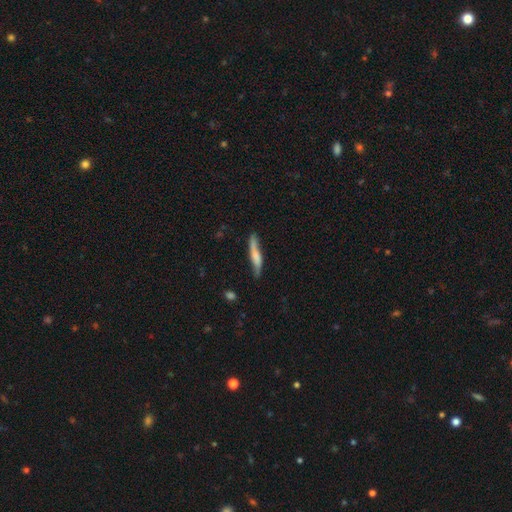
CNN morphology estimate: Smooth or featured? smooth (58%)
How rounded? cigar-shaped (88%)
Merging? none (65%)